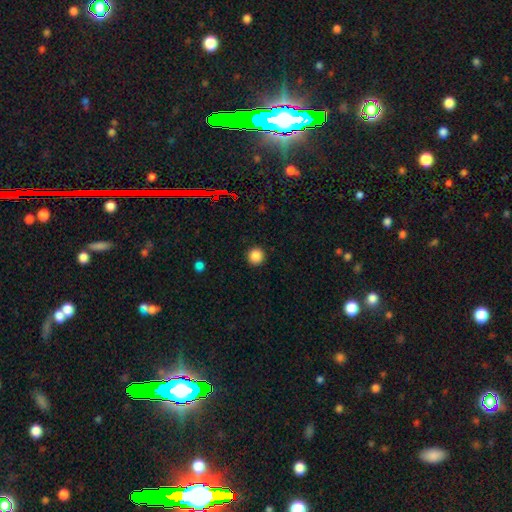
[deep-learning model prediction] Smooth or featured?
  - smooth: 86% *
  - star or artifact: 11%
  - featured or disk: 3%
How rounded?
  - round: 94% *
  - in between: 5%
  - cigar-shaped: 1%
Merging?
  - none: 92% *
  - minor disturbance: 5%
  - major disturbance: 2%
  - merger: 1%